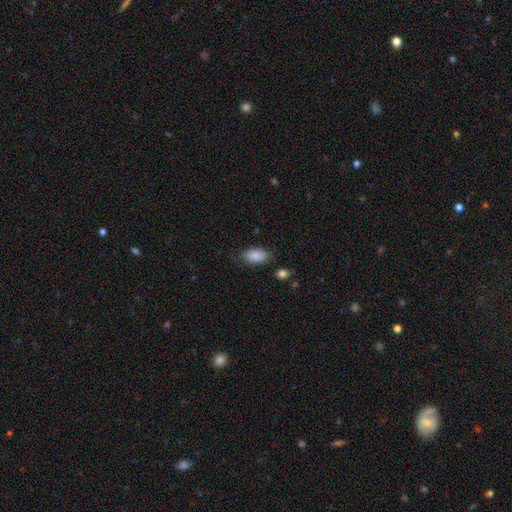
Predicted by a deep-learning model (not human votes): Smooth or featured? Predicted: smooth (p=0.88). How rounded? Predicted: in between (p=0.93). Merging? Predicted: none (p=0.79).